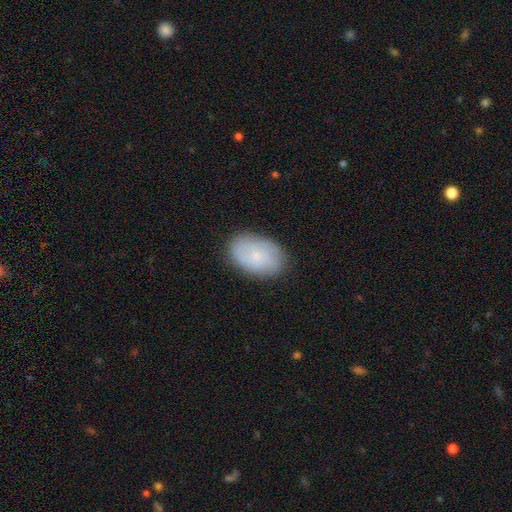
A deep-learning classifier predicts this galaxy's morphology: This appears to be a smooth galaxy with no disk features (67%) that is in between round and cigar-shaped (89%). Merging: none (82%).